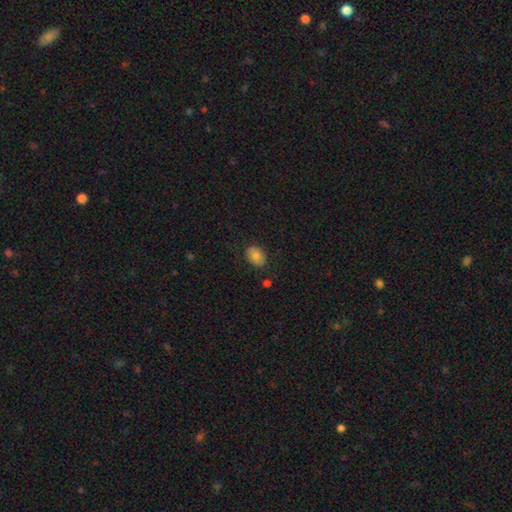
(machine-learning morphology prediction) Smooth or featured? smooth (80%)
How rounded? in between (77%)
Merging? none (83%)